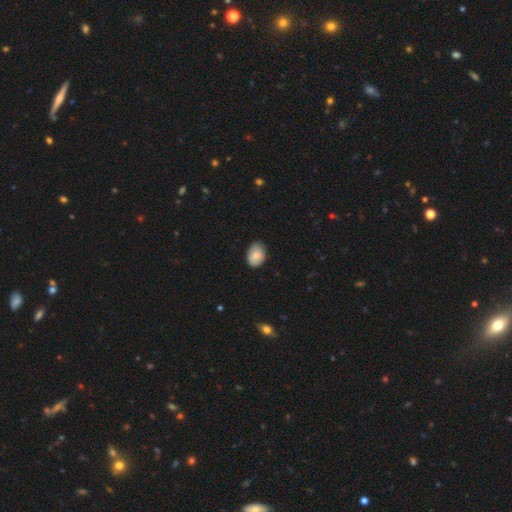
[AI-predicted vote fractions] Smooth or featured? smooth (80%)
How rounded? in between (77%)
Merging? none (76%)